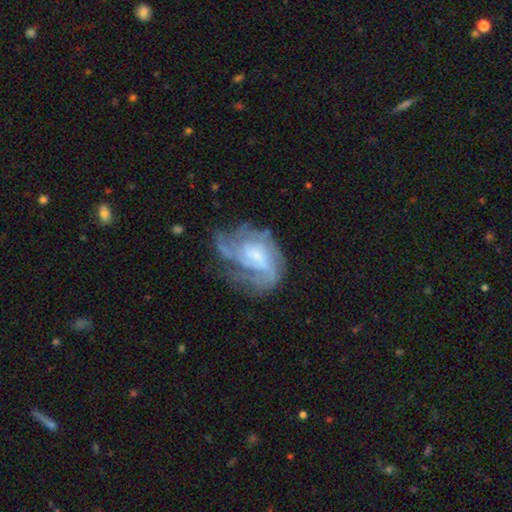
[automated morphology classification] Smooth or featured? Predicted: featured or disk (p=0.80). Edge-on disk? Predicted: no (p=0.97). Bar? Predicted: no (p=0.54). Spiral arms? Predicted: yes (p=0.90). Spiral winding? Predicted: medium (p=0.41, tied with tight). Spiral arm count? Predicted: can't tell (p=0.34). Bulge size? Predicted: moderate (p=0.34). Merging? Predicted: none (p=0.48).